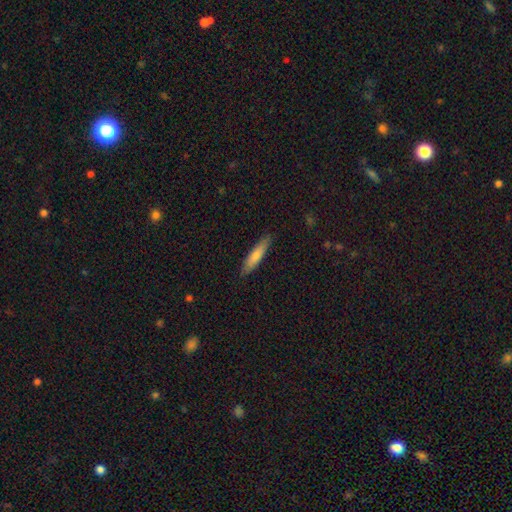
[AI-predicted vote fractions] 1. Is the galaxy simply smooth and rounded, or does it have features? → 75% smooth, 19% featured or disk, 6% star or artifact.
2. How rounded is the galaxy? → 80% cigar-shaped, 19% in between, 1% round.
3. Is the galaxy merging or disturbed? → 86% none, 11% minor disturbance, 2% major disturbance, 1% merger.